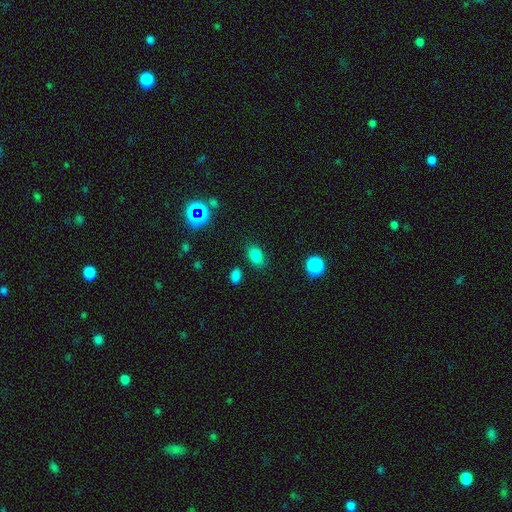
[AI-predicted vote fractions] A smooth galaxy with no disk features (79%) that is in between round and cigar-shaped (81%). Merging: none (81%).